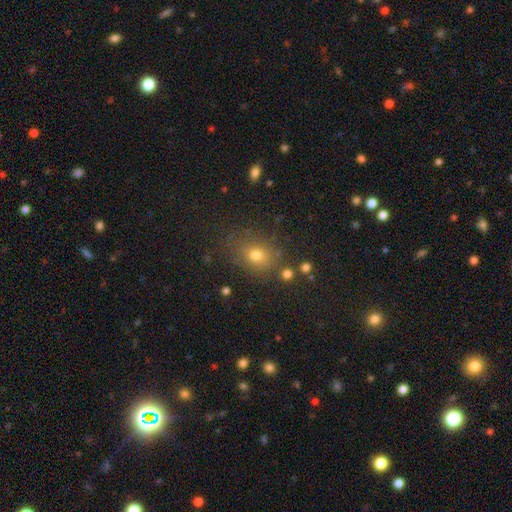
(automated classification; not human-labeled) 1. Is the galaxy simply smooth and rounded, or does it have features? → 68% smooth, 22% star or artifact, 10% featured or disk.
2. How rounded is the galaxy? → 49% round (tied), 49% in between (tied), 2% cigar-shaped.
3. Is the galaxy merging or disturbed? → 79% none, 12% minor disturbance, 5% merger, 4% major disturbance.